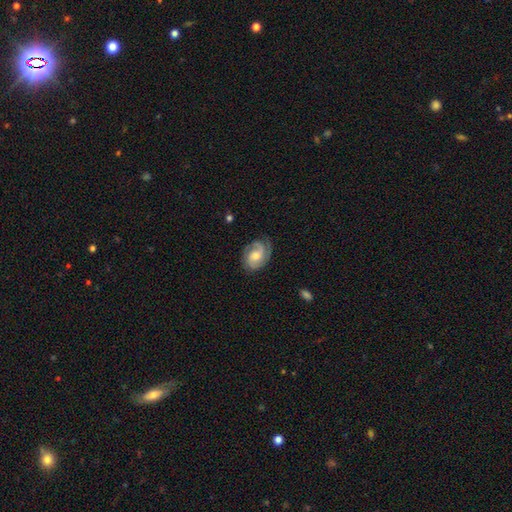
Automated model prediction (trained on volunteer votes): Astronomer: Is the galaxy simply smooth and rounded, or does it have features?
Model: featured or disk — 77%.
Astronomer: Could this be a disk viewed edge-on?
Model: no — 97%.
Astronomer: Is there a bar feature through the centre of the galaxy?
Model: no — 61%.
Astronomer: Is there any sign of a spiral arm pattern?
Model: yes — 95%.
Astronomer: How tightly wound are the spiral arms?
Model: tight — 46% (runner-up: medium, 40%).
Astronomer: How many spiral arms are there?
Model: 2 — 54%.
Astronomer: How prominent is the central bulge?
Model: moderate — 59%.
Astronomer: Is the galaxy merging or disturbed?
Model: none — 73%.